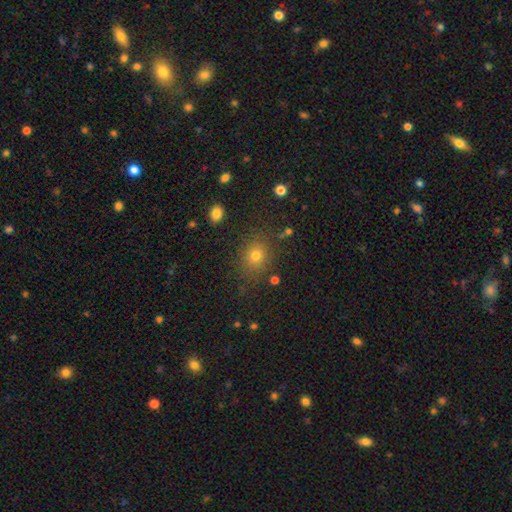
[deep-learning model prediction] Overall: smooth (74%). How rounded: round (72%). Merging: none (84%).